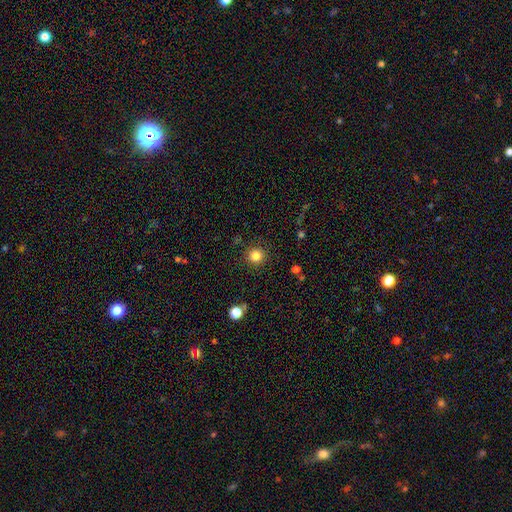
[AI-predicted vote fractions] Smooth or featured? smooth (83%)
How rounded? round (94%)
Merging? none (90%)